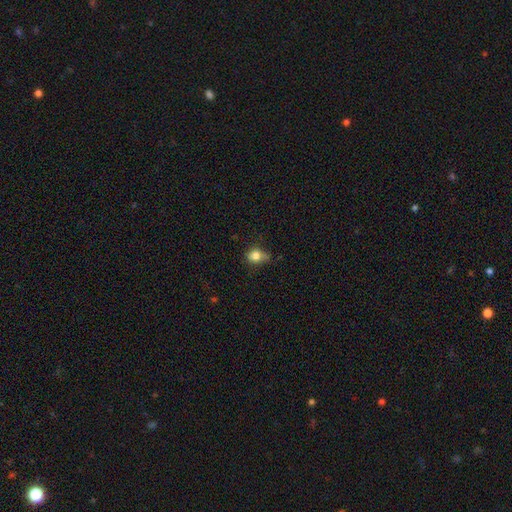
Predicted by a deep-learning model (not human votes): Morphology: type=smooth (81%); roundness=round (61%); merging=none (49%).